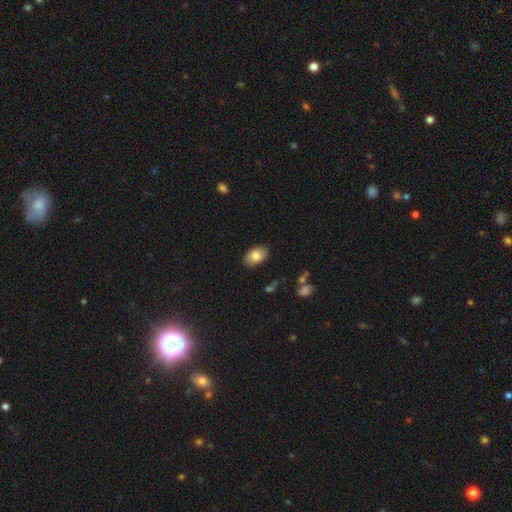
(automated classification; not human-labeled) The model was most divided on "smooth or featured": smooth: 82%, featured or disk: 11%, star or artifact: 7%. More confident: how rounded — in between (89%); merging — none (85%).